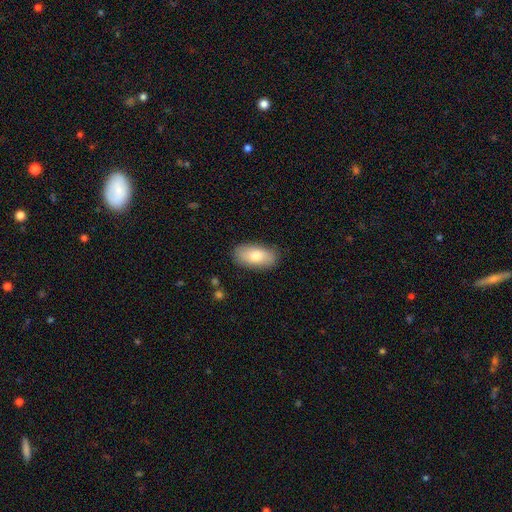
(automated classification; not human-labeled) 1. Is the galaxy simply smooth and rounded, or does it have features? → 76% smooth, 18% featured or disk, 6% star or artifact.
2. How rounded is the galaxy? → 92% in between, 4% cigar-shaped, 4% round.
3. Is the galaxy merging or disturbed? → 85% none, 12% minor disturbance, 2% major disturbance, 1% merger.